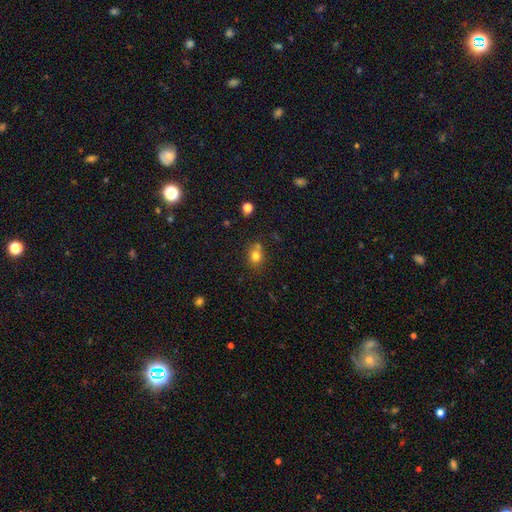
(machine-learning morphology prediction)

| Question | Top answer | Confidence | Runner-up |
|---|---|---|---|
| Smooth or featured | smooth | 78% | star or artifact (13%) |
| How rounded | round | 63% | in between (36%) |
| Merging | none | 58% | merger (24%) |